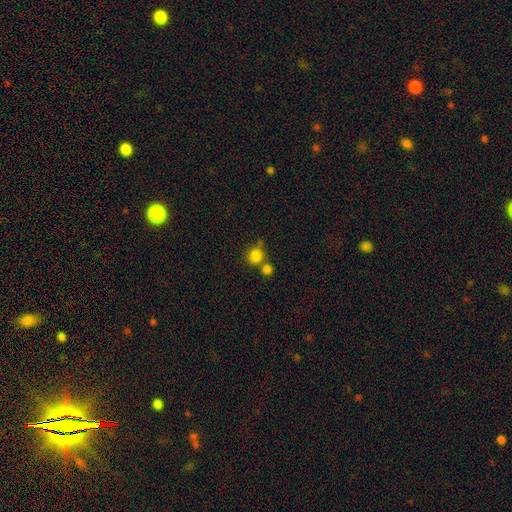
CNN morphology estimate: Overall: smooth (83%). How rounded: round (89%). Merging: none (57%; merger 31%).